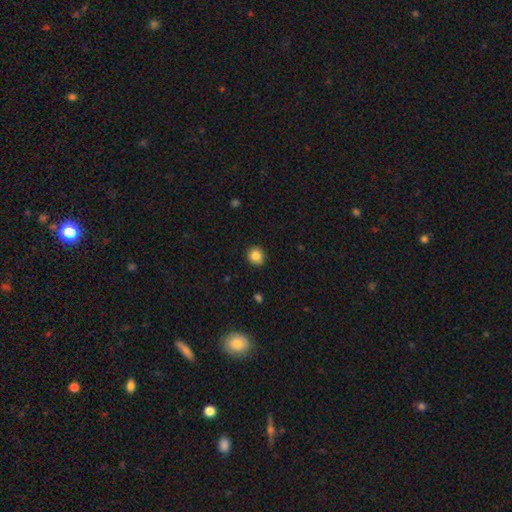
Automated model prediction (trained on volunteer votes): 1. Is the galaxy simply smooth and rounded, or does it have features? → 84% smooth, 10% star or artifact, 6% featured or disk.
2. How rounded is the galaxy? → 85% round, 14% in between, 1% cigar-shaped.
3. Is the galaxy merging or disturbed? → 91% none, 6% minor disturbance, 2% major disturbance, 1% merger.